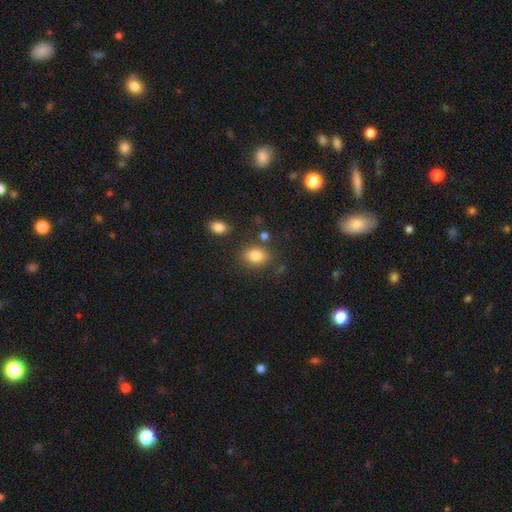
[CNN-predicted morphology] A smooth galaxy with no disk features (83%) that is in between round and cigar-shaped (59%). Merging: none (76%).